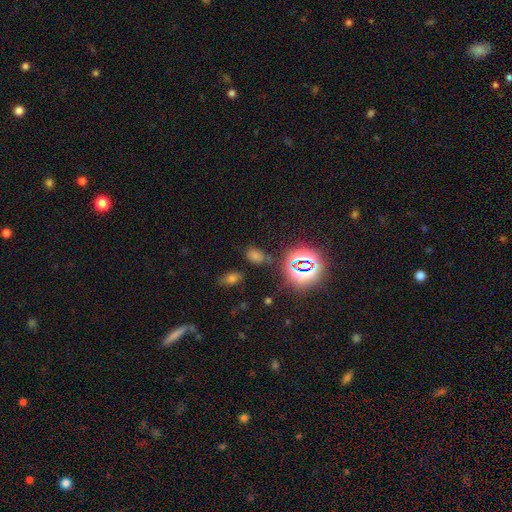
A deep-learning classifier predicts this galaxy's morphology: smooth-or-featured: star or artifact: 50% | smooth: 41% | featured or disk: 9%